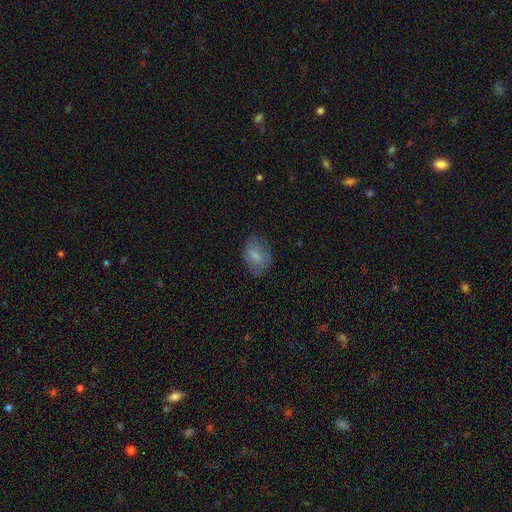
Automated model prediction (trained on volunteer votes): Smooth or featured? Predicted: smooth (p=0.72). How rounded? Predicted: in between (p=0.81). Merging? Predicted: none (p=0.71).